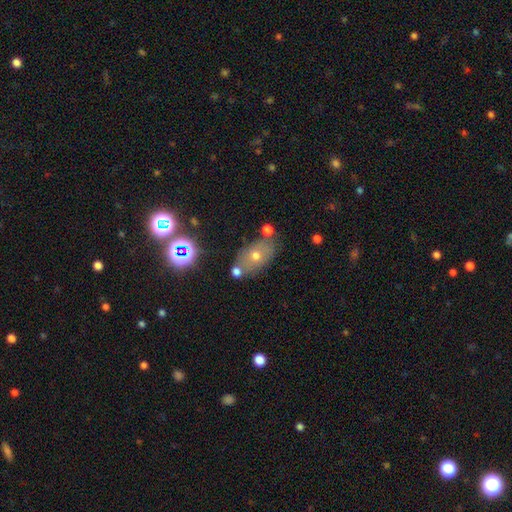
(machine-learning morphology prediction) This appears to be a smooth galaxy with no disk features (57%) that is in between round and cigar-shaped (81%). Merging: none (70%).